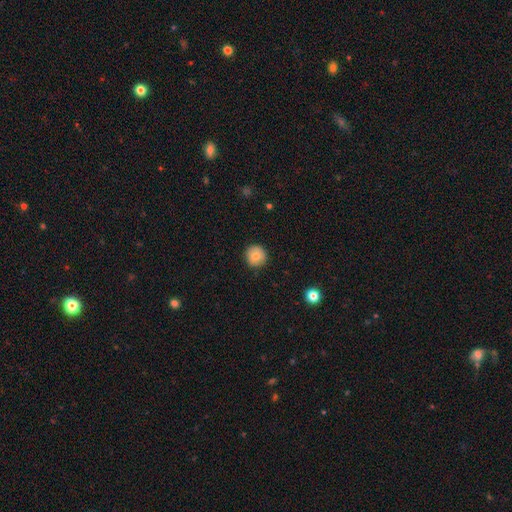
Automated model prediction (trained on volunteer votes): smooth_or_featured: smooth (p=0.83) [alt: featured or disk p=0.09]
how_rounded: round (p=0.94) [alt: in between p=0.05]
merging: none (p=0.88) [alt: minor disturbance p=0.09]